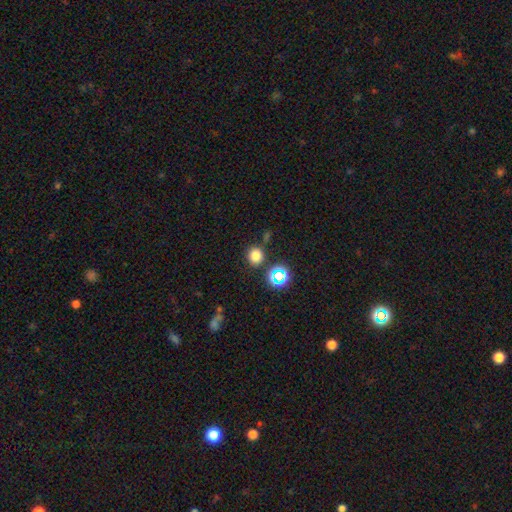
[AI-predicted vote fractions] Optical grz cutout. It shows a smooth galaxy with no disk features (74%) that is round (85%). Merging: none (80%).